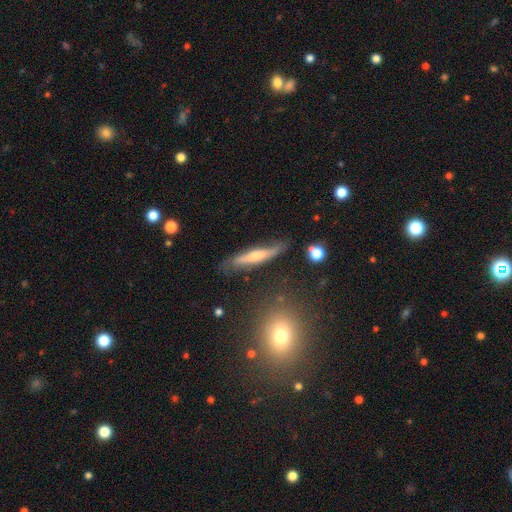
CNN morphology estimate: Smooth or featured: featured or disk — 59% (smooth — 34%)
Edge-on disk: yes — 84% (no — 16%)
Merging: none — 71% (minor disturbance — 20%)